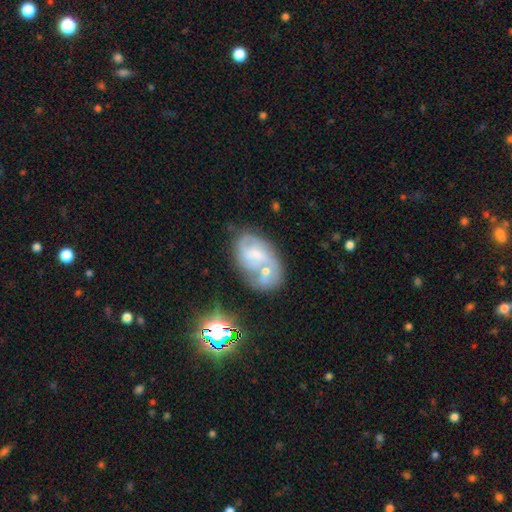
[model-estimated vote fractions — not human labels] featured or disk 64%, smooth 26%, star or artifact 11%. Down the decision tree: edge-on disk — no (96%); bar — no (47%); spiral arms — yes (81%); bulge size — small (52%); merging — merger (48%).